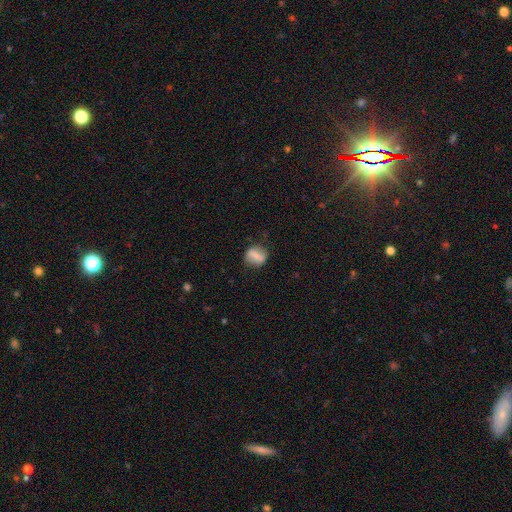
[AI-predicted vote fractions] Smooth or featured?
  - smooth: 57% *
  - featured or disk: 34%
  - star or artifact: 9%
How rounded?
  - round: 60% *
  - in between: 37%
  - cigar-shaped: 3%
Merging?
  - none: 77% *
  - minor disturbance: 16%
  - major disturbance: 6%
  - merger: 2%